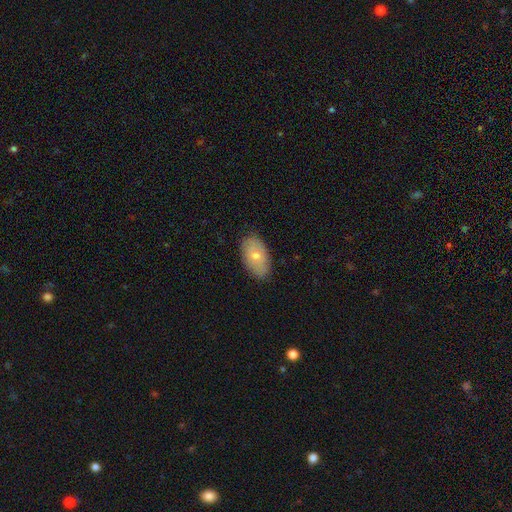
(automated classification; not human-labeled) A smooth galaxy with no disk features (70%) that is in between round and cigar-shaped (93%).

Vote fractions:
- Smooth or featured? smooth: 70% / featured or disk: 24% / star or artifact: 6%
- How rounded? in between: 93% / round: 5% / cigar-shaped: 2%
- Merging? none: 82% / minor disturbance: 14% / major disturbance: 3% / merger: 1%